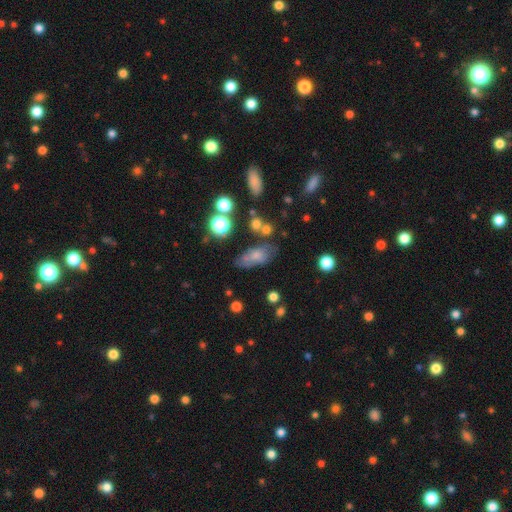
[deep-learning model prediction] Morphology: type=smooth (62%); roundness=in between (80%); merging=none (48%).